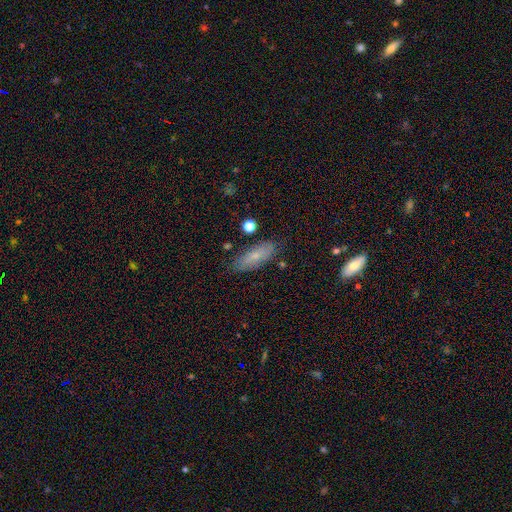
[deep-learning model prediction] smooth-or-featured: smooth: 68% | featured or disk: 24% | star or artifact: 8%
  how-rounded: in between: 69% | cigar-shaped: 28% | round: 3%
  merging: none: 79% | minor disturbance: 15% | major disturbance: 3% | merger: 2%